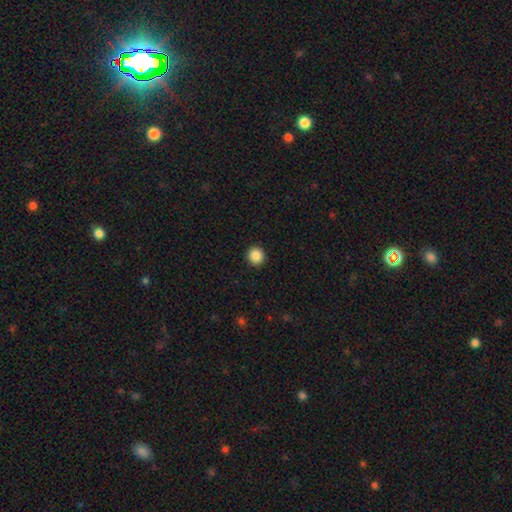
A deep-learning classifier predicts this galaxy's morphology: smooth-or-featured: smooth: 88% | star or artifact: 9% | featured or disk: 3%
  how-rounded: round: 95% | in between: 4% | cigar-shaped: 1%
  merging: none: 93% | minor disturbance: 4% | major disturbance: 2% | merger: 1%